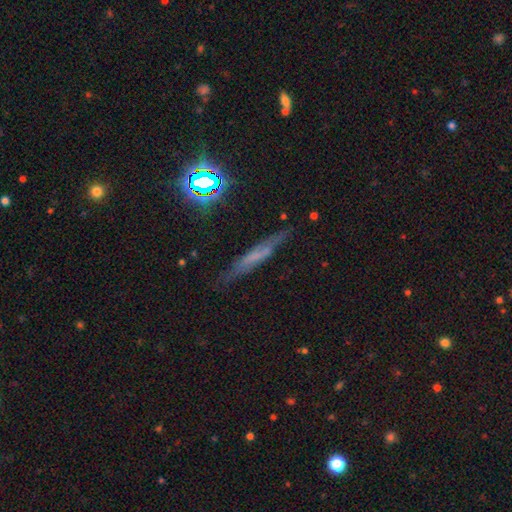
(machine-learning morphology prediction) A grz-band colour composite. It shows a featured or disk galaxy (43%). Merging: none (77%).